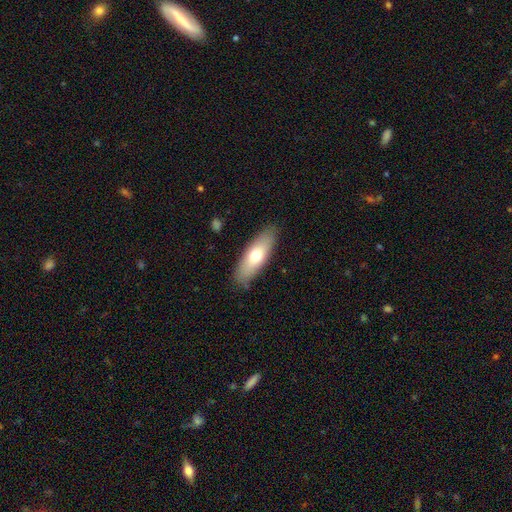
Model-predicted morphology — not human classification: Smooth or featured? Predicted: smooth (p=0.66). How rounded? Predicted: in between (p=0.64). Merging? Predicted: none (p=0.86).